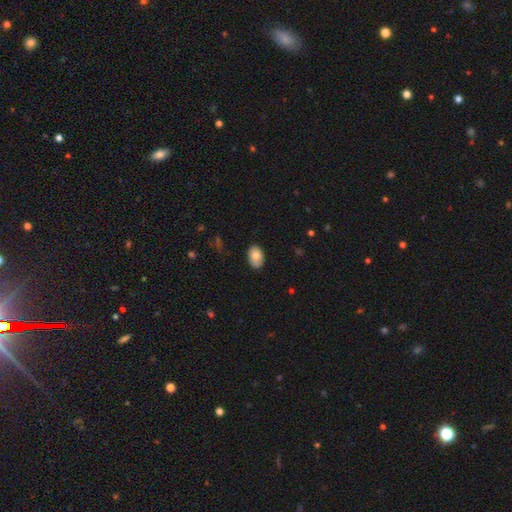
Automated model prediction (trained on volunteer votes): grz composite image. It shows a smooth galaxy with no disk features (76%) that is in between round and cigar-shaped (88%). Merging: none (78%).